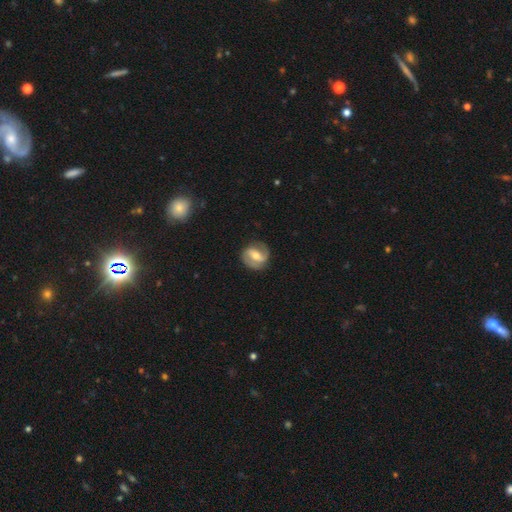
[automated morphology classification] This is likely a featured or disk galaxy (73%). It is clearly not viewed edge-on (96%). Bar: possibly strong (47%). Spiral arm pattern: clearly yes (85%). Spiral arm count: clearly 2 (84%). Spiral winding: marginally medium (44%). Central bulge: likely moderate (61%). Merging: likely none (79%).